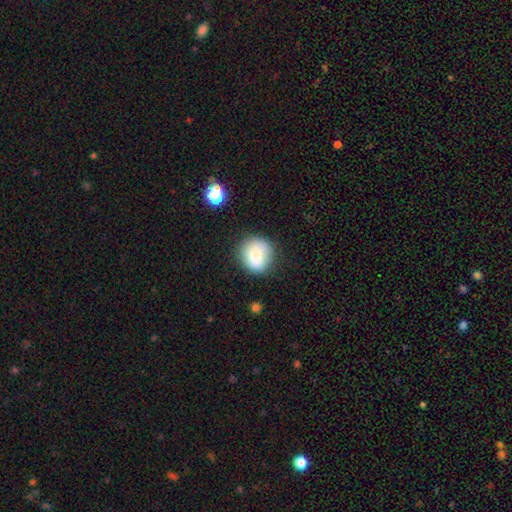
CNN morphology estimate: A smooth galaxy with no disk features (83%) that is round (80%).

Vote fractions:
- Smooth or featured? smooth: 83% / star or artifact: 9% / featured or disk: 8%
- How rounded? round: 80% / in between: 19% / cigar-shaped: 1%
- Merging? none: 76% / minor disturbance: 17% / major disturbance: 5% / merger: 2%